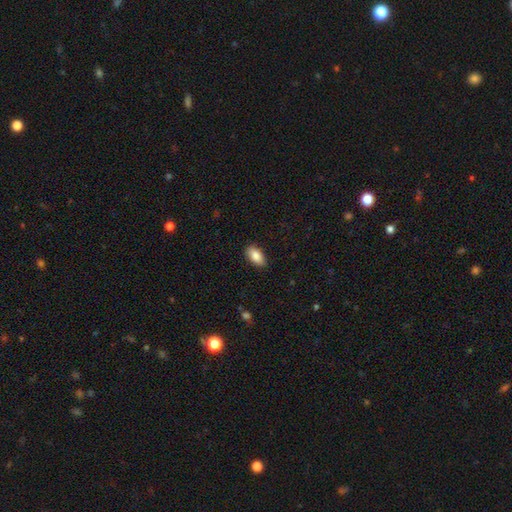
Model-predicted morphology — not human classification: smooth_or_featured: smooth (p=0.87) [alt: star or artifact p=0.07]
how_rounded: in between (p=0.93) [alt: round p=0.04]
merging: none (p=0.87) [alt: minor disturbance p=0.10]